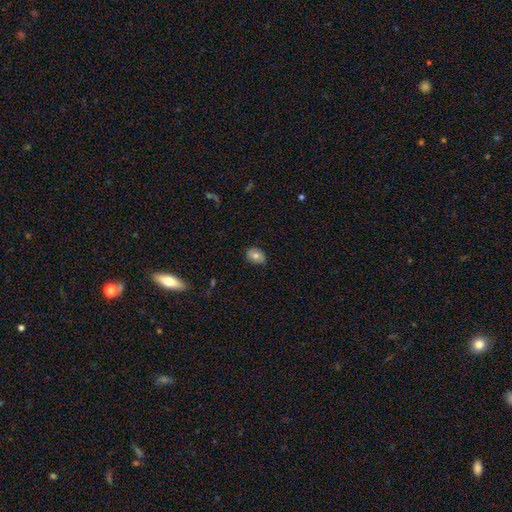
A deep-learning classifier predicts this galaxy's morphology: Q: Smooth or featured?
A: smooth (74%); runner-up: featured or disk (17%)
Q: How rounded?
A: in between (70%); runner-up: round (29%)
Q: Merging?
A: none (81%); runner-up: minor disturbance (15%)